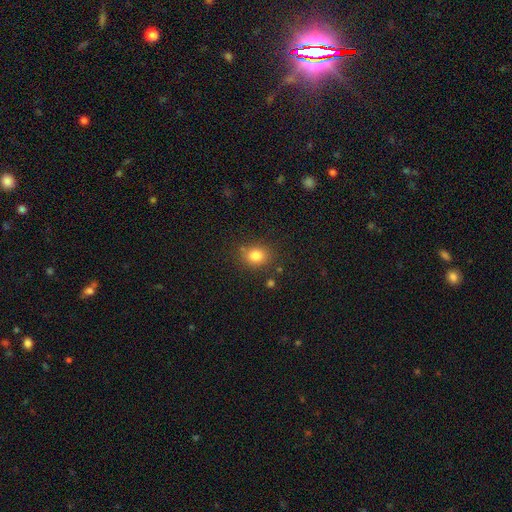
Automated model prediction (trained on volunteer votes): Smooth or featured: smooth — 82% (star or artifact — 11%)
How rounded: round — 61% (in between — 38%)
Merging: none — 79% (minor disturbance — 12%)